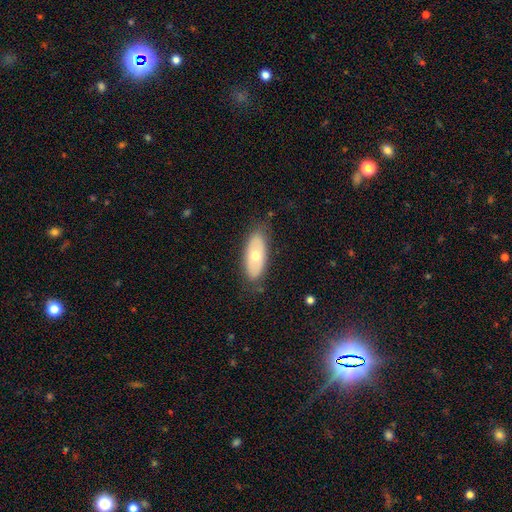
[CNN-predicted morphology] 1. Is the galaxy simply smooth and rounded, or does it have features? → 52% smooth, 42% featured or disk, 6% star or artifact.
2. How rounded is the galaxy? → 86% in between, 12% cigar-shaped, 3% round.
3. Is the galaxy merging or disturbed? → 80% none, 15% minor disturbance, 4% major disturbance, 1% merger.